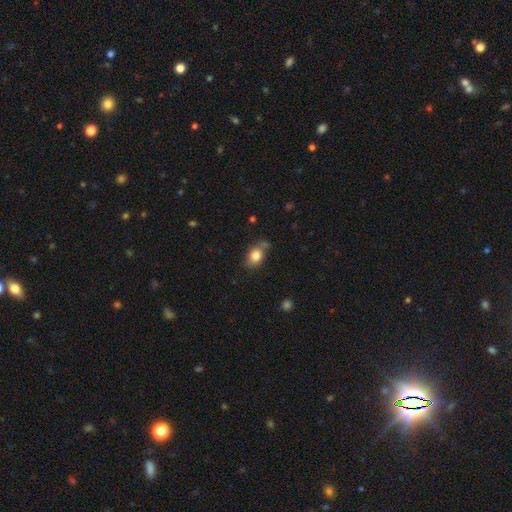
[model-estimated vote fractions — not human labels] Overall: smooth (82%). How rounded: in between (69%). Merging: none (68%).